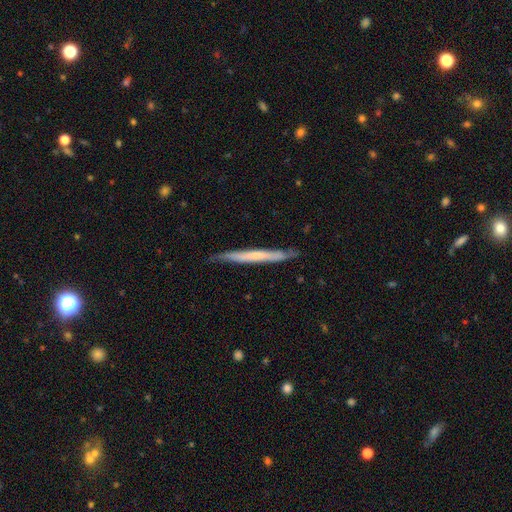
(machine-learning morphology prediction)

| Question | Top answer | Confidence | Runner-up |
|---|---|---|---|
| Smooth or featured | featured or disk | 51% | smooth (44%) |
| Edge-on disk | yes | 93% | no (7%) |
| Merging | none | 82% | minor disturbance (15%) |